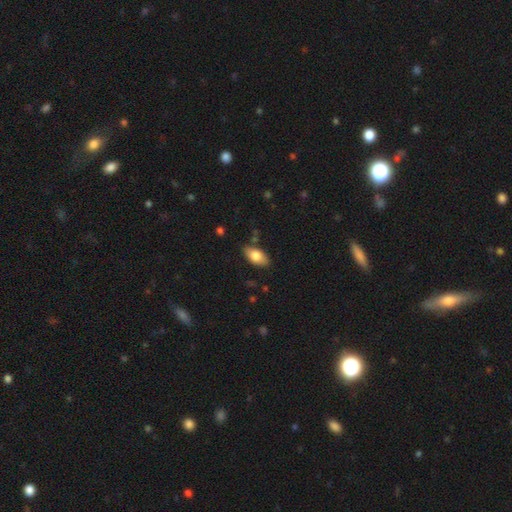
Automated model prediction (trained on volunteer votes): Smooth or featured: smooth — 79% (featured or disk — 15%)
How rounded: in between — 91% (cigar-shaped — 5%)
Merging: none — 83% (minor disturbance — 13%)